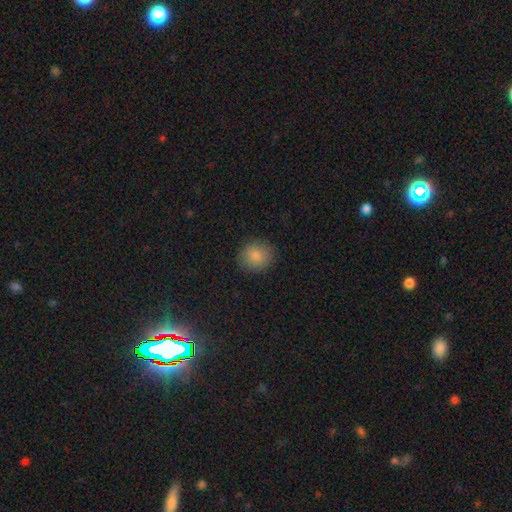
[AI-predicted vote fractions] smooth 85%, star or artifact 9%, featured or disk 6%. Down the decision tree: how rounded — round (85%); merging — none (87%).